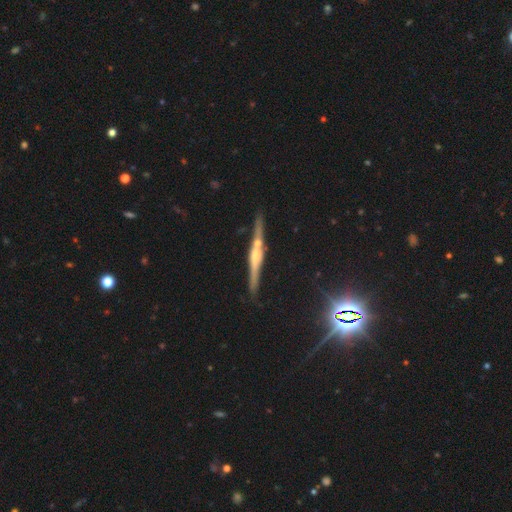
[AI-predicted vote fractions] This appears to be a featured or disk galaxy (76%) viewed edge-on (97%) with a rounded central bulge (80%). Merging: none (81%).